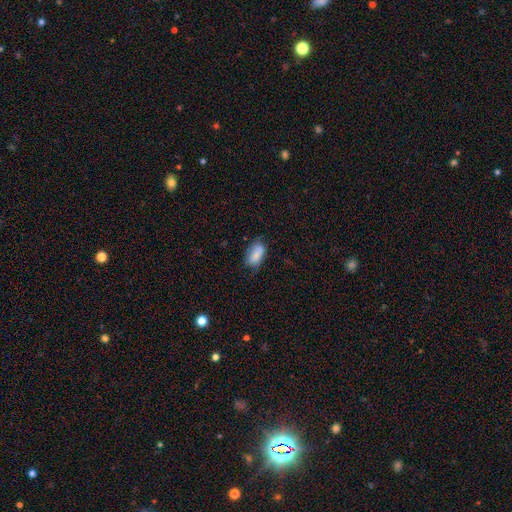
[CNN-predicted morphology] Smooth or featured?
  - smooth: 81% *
  - featured or disk: 11%
  - star or artifact: 7%
How rounded?
  - in between: 91% *
  - cigar-shaped: 5%
  - round: 4%
Merging?
  - none: 61% *
  - minor disturbance: 29%
  - major disturbance: 8%
  - merger: 2%